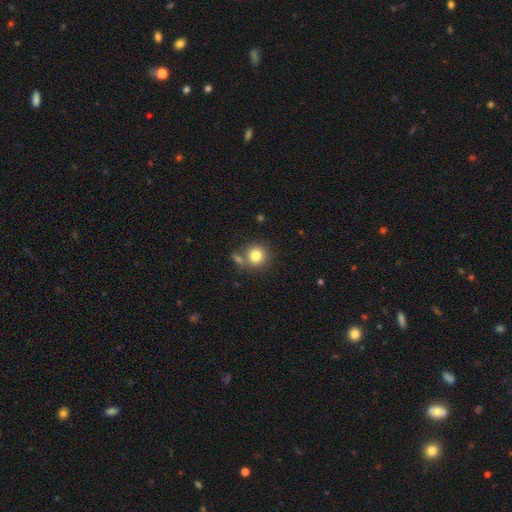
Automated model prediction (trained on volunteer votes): Smooth or featured? smooth (81%)
How rounded? round (91%)
Merging? none (67%)